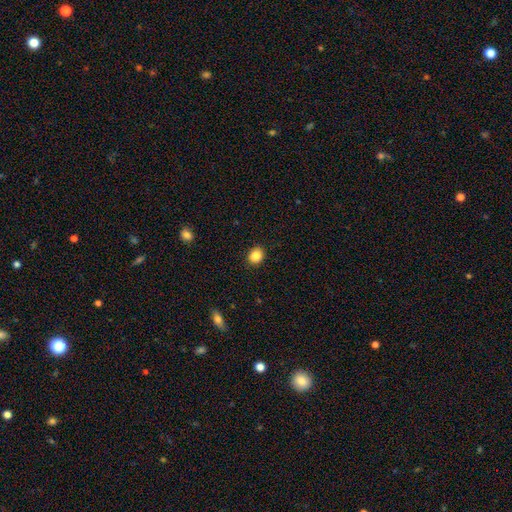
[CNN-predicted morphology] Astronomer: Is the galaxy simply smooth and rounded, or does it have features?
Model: smooth — 86%.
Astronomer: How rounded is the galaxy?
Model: round — 62%.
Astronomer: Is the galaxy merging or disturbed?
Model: none — 90%.